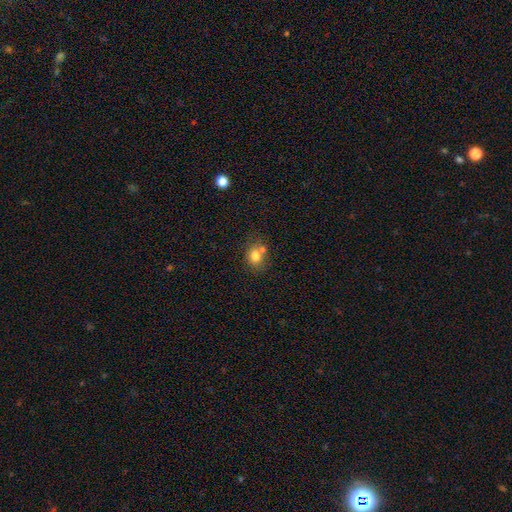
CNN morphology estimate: The model was most divided on "how rounded": round: 59%, in between: 40%, cigar-shaped: 1%. More confident: smooth or featured — smooth (78%); merging — none (51%).